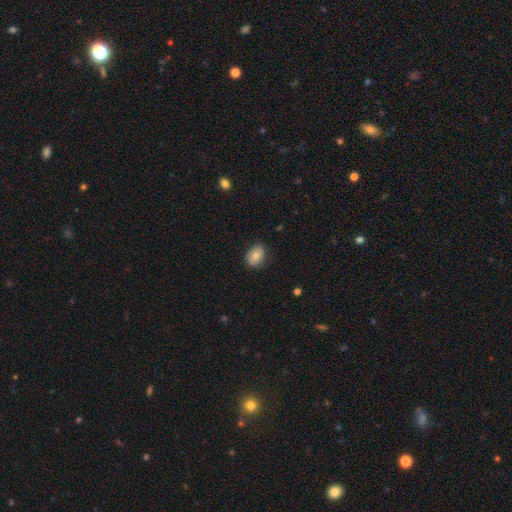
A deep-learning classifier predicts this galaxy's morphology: Overall: smooth (76%). How rounded: in between (66%; round 33%). Merging: none (83%).